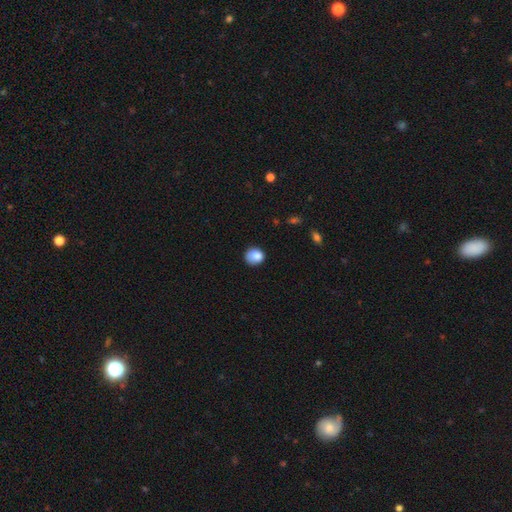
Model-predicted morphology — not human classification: Smooth or featured? smooth (86%)
How rounded? round (77%)
Merging? none (74%)